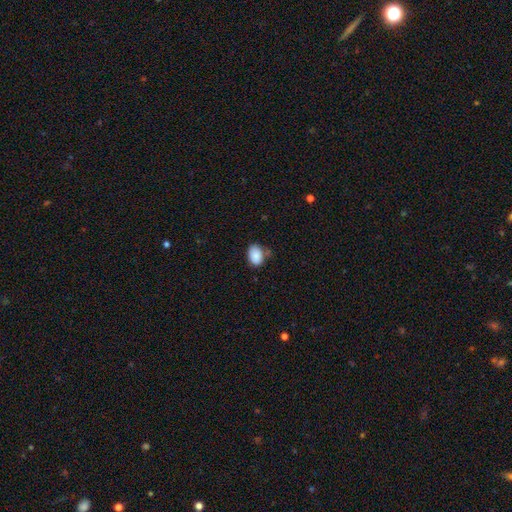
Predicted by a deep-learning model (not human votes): The model was most divided on "merging": none: 65%, minor disturbance: 24%, merger: 6%, major disturbance: 5%. More confident: smooth or featured — smooth (87%); how rounded — in between (81%).